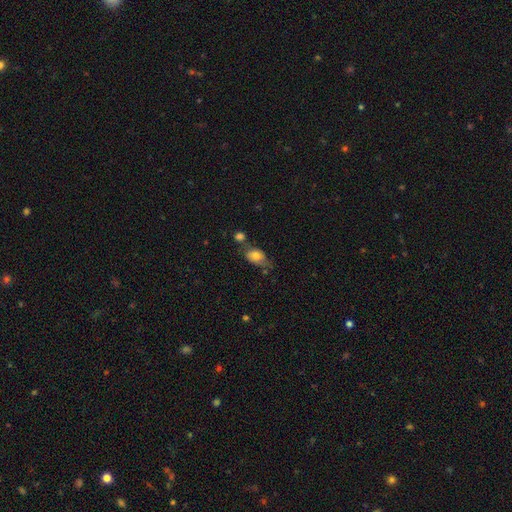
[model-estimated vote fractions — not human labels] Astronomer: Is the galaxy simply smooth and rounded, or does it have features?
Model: smooth — 71%.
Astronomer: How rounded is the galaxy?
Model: in between — 84%.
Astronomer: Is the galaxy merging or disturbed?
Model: none — 44% (runner-up: minor disturbance, 26%).